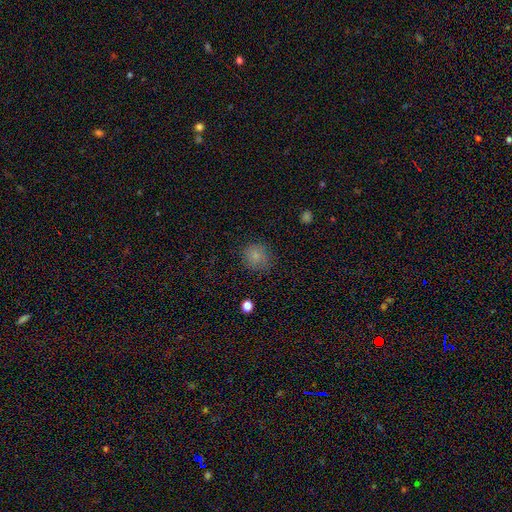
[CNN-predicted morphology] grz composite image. It shows a smooth galaxy with no disk features (81%) that is round (84%). Merging: none (77%).